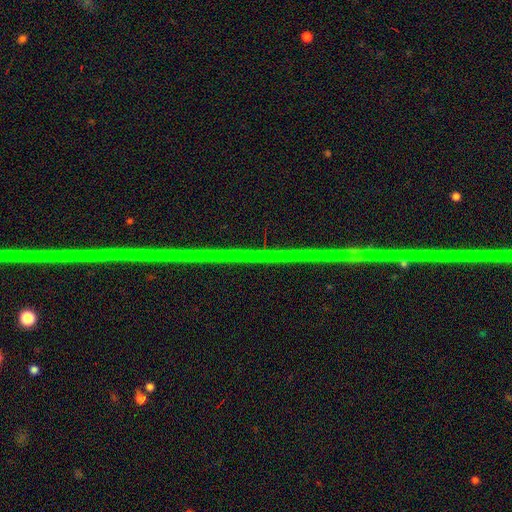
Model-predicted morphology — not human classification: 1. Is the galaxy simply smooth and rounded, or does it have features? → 89% star or artifact, 8% featured or disk, 4% smooth.